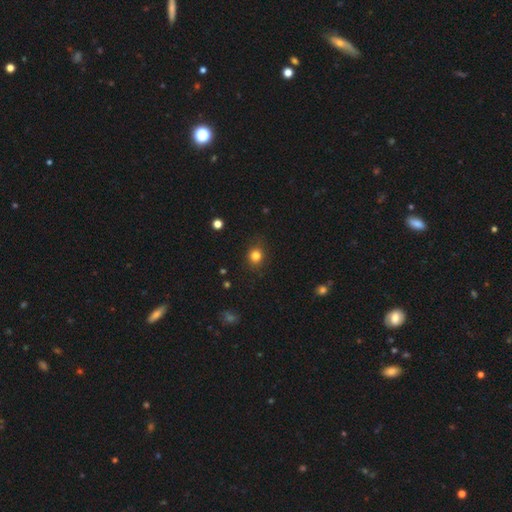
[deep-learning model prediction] Smooth or featured? Predicted: smooth (p=0.82). How rounded? Predicted: round (p=0.76). Merging? Predicted: none (p=0.82).